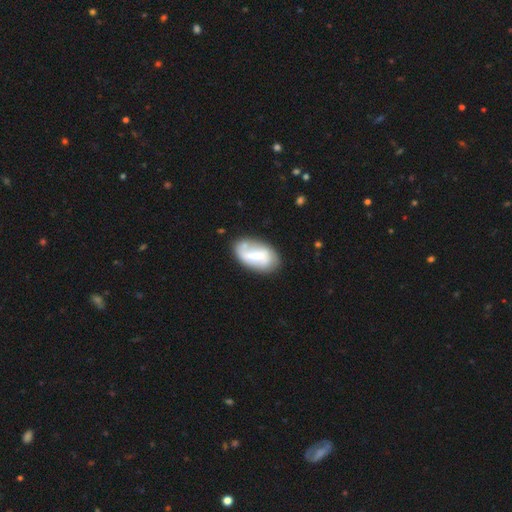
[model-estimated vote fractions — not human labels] Overall: featured or disk (48%; smooth 45%). Merging: none (60%; minor disturbance 23%).